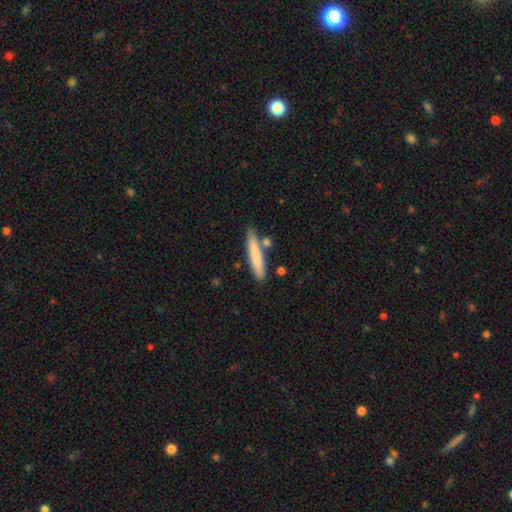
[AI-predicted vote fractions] Overall: smooth (78%). How rounded: cigar-shaped (91%). Merging: none (79%).